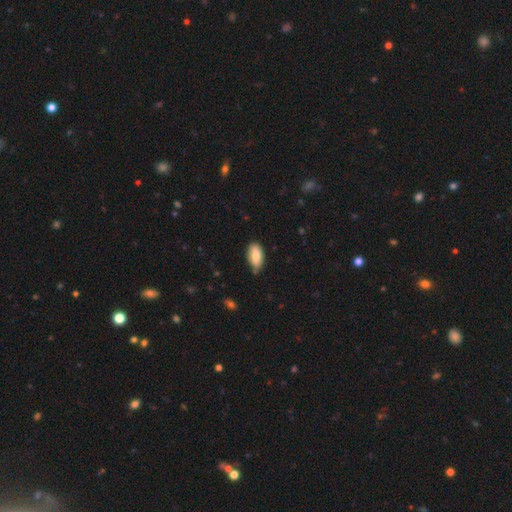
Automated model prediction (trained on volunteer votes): Overall: smooth (83%). How rounded: in between (91%). Merging: none (73%).